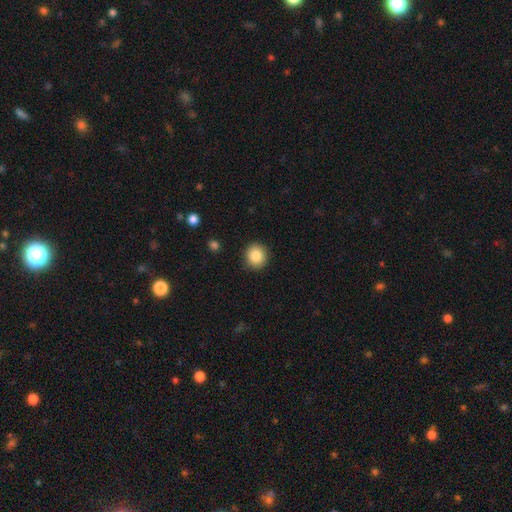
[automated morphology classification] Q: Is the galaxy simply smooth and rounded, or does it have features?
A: smooth — 84%.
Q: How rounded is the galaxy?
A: round — 90%.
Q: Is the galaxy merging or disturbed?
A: none — 90%.